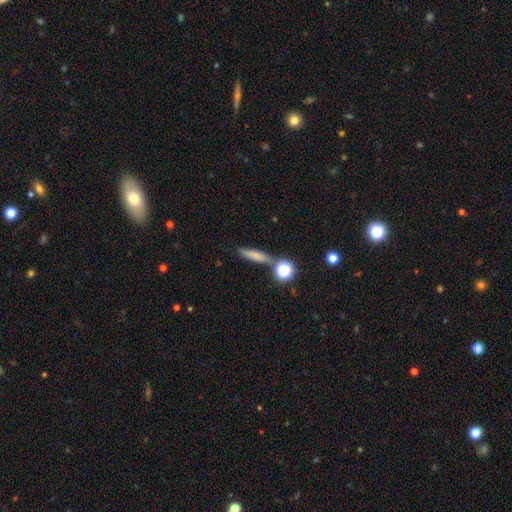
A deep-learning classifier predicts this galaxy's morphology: Smooth or featured? smooth (70%)
How rounded? cigar-shaped (69%)
Merging? none (68%)